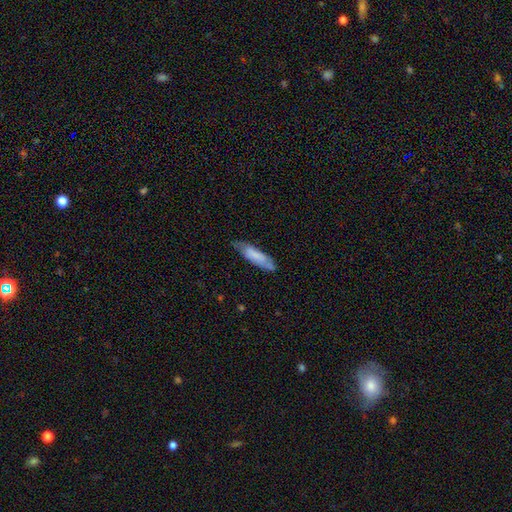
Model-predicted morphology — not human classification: Overall: smooth (70%). How rounded: cigar-shaped (63%; in between 36%). Merging: none (63%; minor disturbance 28%).